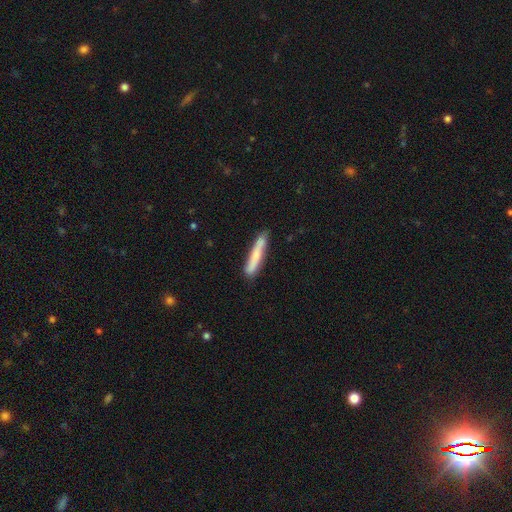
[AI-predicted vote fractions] Morphology: type=smooth (58%); roundness=cigar-shaped (92%); merging=none (80%).